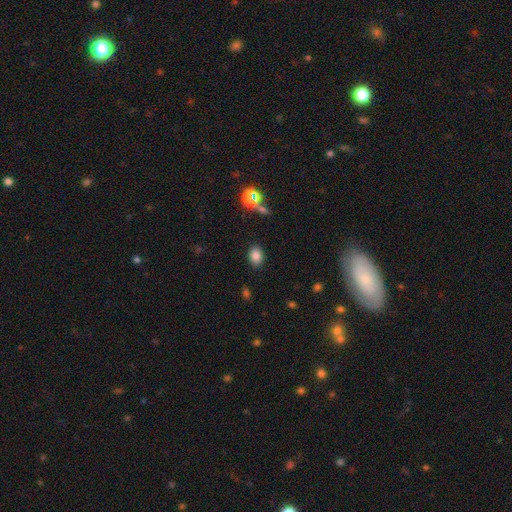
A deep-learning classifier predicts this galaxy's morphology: type=smooth (82%); roundness=in between (69%); merging=none (86%).